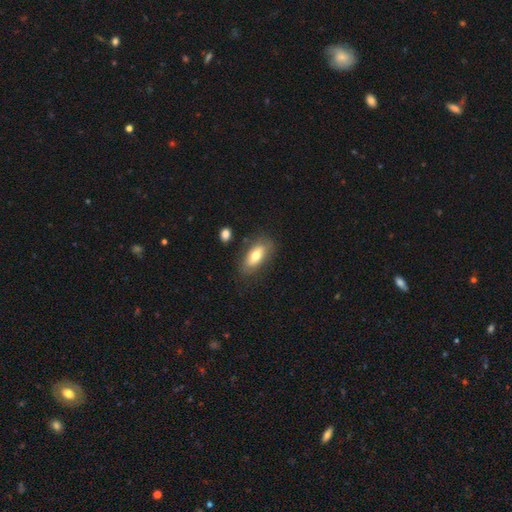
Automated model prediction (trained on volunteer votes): Smooth or featured: smooth — 67% (featured or disk — 26%)
How rounded: in between — 86% (cigar-shaped — 10%)
Merging: none — 77% (minor disturbance — 15%)